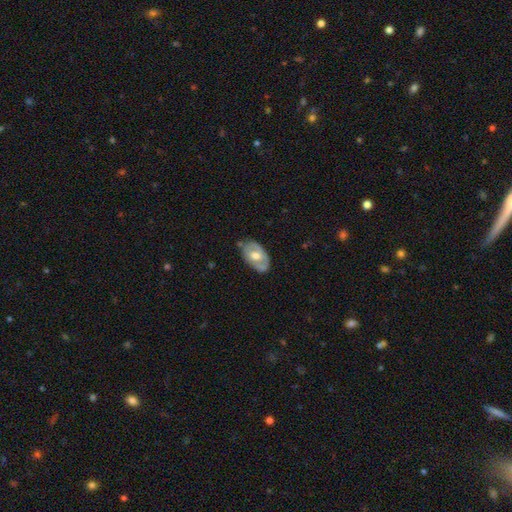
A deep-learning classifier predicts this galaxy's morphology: The model was most divided on "spiral arms": no: 57%, yes: 43%. More confident: edge-on disk — no (92%); merging — none (70%); bulge size — moderate (67%); smooth or featured — featured or disk (60%); bar — no (57%).